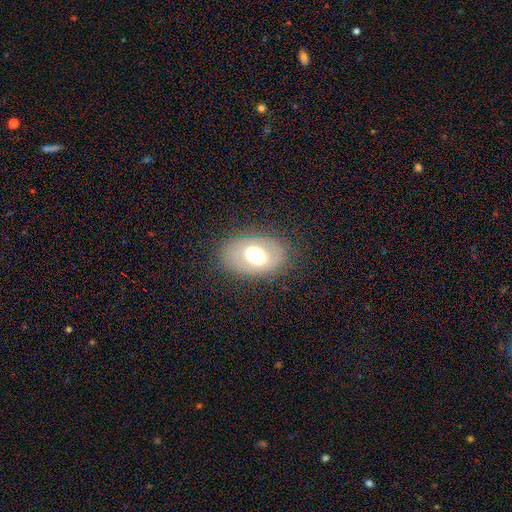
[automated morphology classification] smooth 55%, featured or disk 33%, star or artifact 12%. Down the decision tree: how rounded — in between (79%); merging — none (79%).